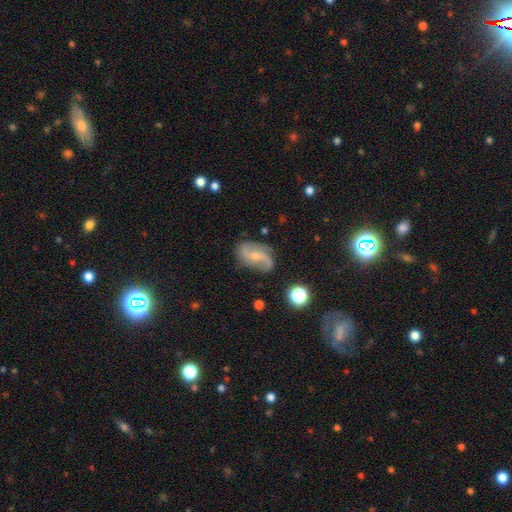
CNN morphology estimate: A featured or disk galaxy (78%) with no bar (52%), 2 (84%) loose (61%) spiral arms (95%) and a small central bulge (66%). Merging: none (70%).